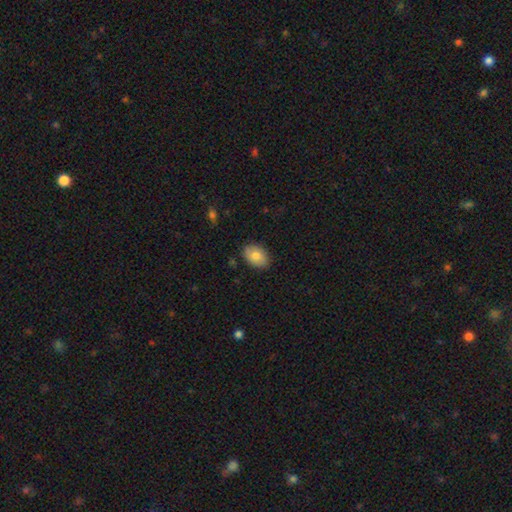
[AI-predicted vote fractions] The model was most divided on "smooth or featured": smooth: 80%, featured or disk: 14%, star or artifact: 7%. More confident: merging — none (86%); how rounded — in between (85%).